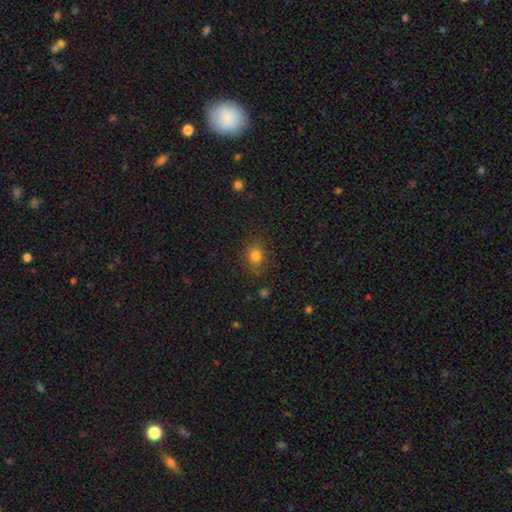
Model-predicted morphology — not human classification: smooth-or-featured: smooth: 81% | star or artifact: 13% | featured or disk: 6%
  how-rounded: round: 72% | in between: 27% | cigar-shaped: 1%
  merging: none: 79% | minor disturbance: 14% | major disturbance: 4% | merger: 2%